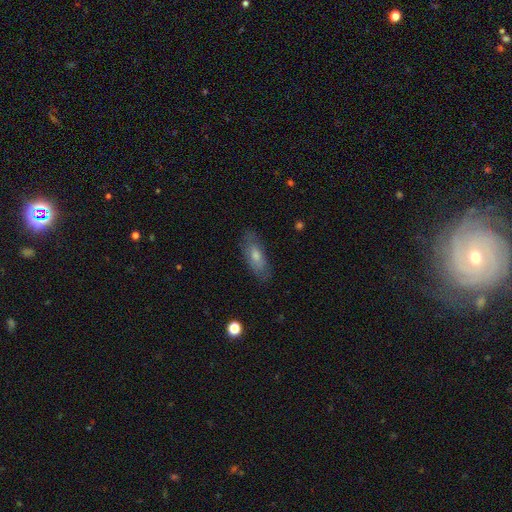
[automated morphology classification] Smooth or featured: smooth — 53% (featured or disk — 38%)
How rounded: in between — 71% (cigar-shaped — 26%)
Merging: none — 82% (minor disturbance — 14%)